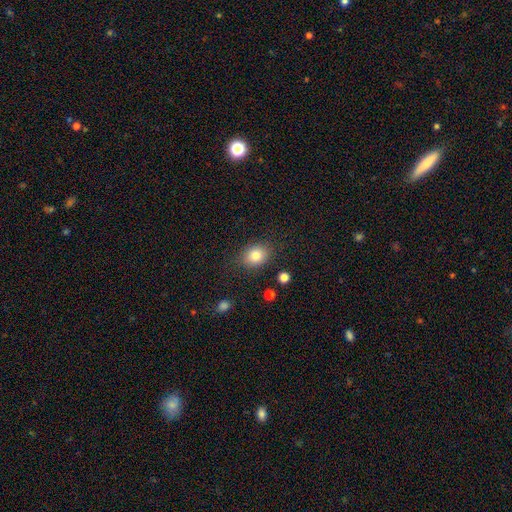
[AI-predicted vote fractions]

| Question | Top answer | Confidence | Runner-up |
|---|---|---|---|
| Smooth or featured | smooth | 81% | star or artifact (10%) |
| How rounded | in between | 52% | round (47%) |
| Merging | none | 82% | minor disturbance (12%) |